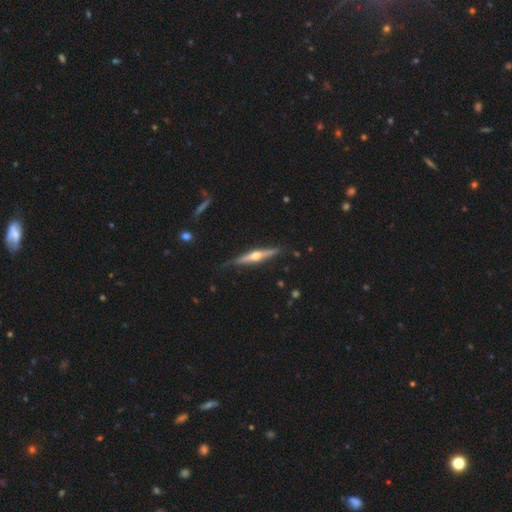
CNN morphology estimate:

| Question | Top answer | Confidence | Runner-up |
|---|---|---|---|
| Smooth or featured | featured or disk | 73% | smooth (22%) |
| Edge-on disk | yes | 97% | no (3%) |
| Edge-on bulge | rounded | 94% | none (3%) |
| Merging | none | 84% | minor disturbance (12%) |